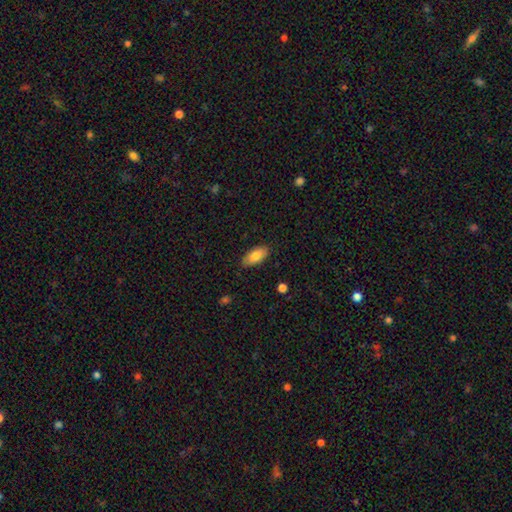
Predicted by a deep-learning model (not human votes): A smooth galaxy with no disk features (82%) that is in between round and cigar-shaped (89%).

Vote fractions:
- Smooth or featured? smooth: 82% / featured or disk: 12% / star or artifact: 6%
- How rounded? in between: 89% / cigar-shaped: 8% / round: 2%
- Merging? none: 83% / minor disturbance: 13% / major disturbance: 2% / merger: 1%